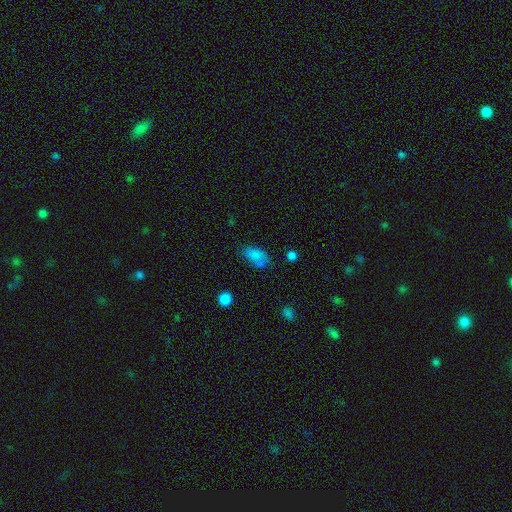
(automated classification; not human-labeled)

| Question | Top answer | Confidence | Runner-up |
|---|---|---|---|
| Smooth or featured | smooth | 79% | featured or disk (12%) |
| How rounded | in between | 90% | round (6%) |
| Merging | none | 50% | minor disturbance (24%) |